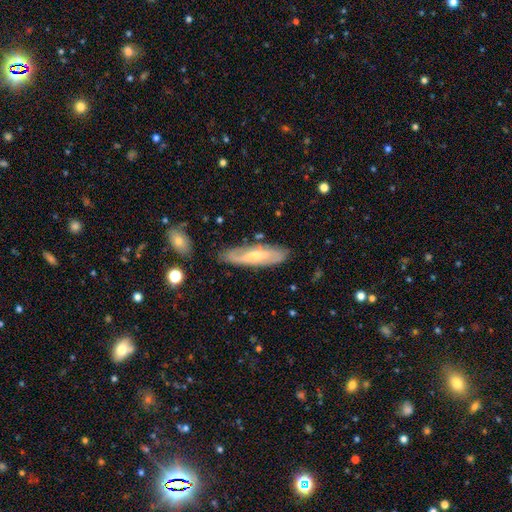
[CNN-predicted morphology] smooth_or_featured: featured or disk (p=0.63) [alt: smooth p=0.30]
disk_edge_on: no (p=0.69) [alt: yes p=0.31]
merging: none (p=0.80) [alt: minor disturbance p=0.15]